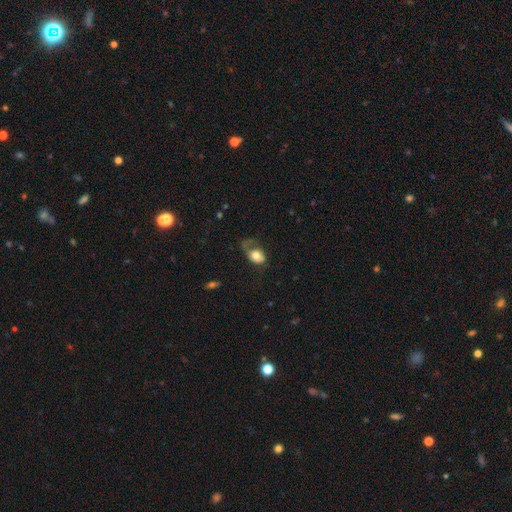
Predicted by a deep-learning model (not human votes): Q: Smooth or featured?
A: smooth (63%); runner-up: featured or disk (29%)
Q: How rounded?
A: in between (72%); runner-up: round (27%)
Q: Merging?
A: major disturbance (45%); runner-up: none (28%)